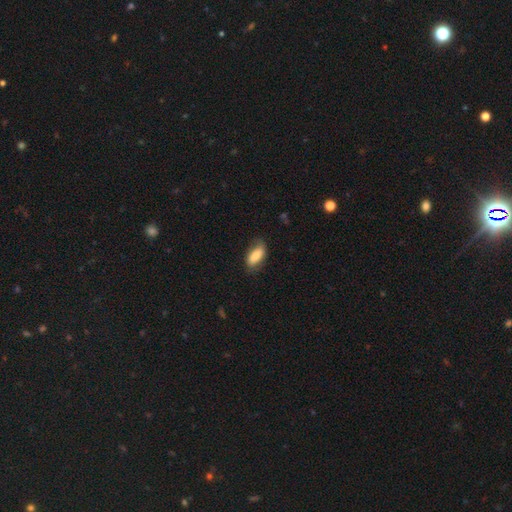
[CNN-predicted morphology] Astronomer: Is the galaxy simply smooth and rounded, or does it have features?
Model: smooth — 78%.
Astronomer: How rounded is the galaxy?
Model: in between — 85%.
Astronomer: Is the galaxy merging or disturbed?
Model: none — 71%.